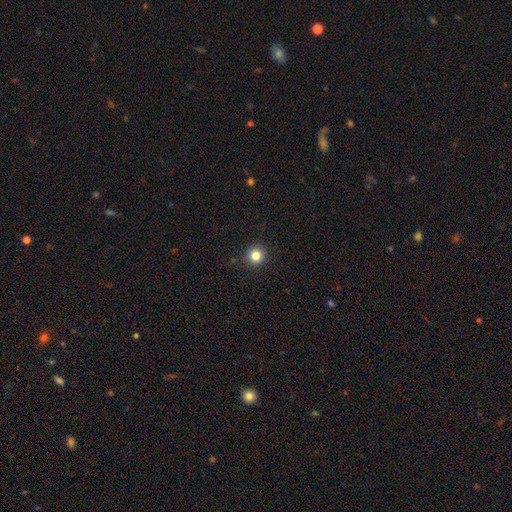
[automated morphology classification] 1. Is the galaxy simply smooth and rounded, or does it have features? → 83% smooth, 12% star or artifact, 5% featured or disk.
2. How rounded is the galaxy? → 95% round, 4% in between, 1% cigar-shaped.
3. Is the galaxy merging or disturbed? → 92% none, 5% minor disturbance, 2% major disturbance, 1% merger.